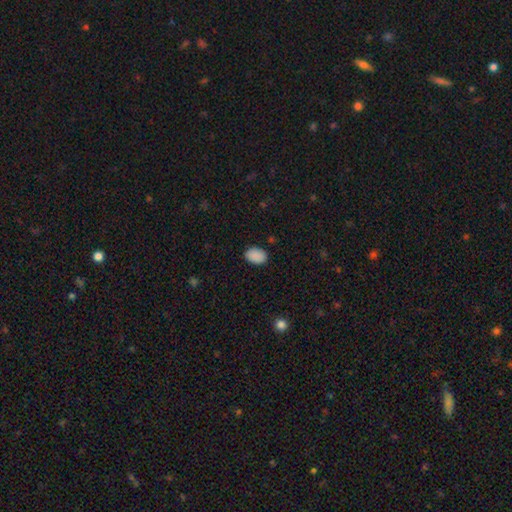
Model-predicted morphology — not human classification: Smooth or featured?
  - smooth: 89% *
  - star or artifact: 8%
  - featured or disk: 3%
How rounded?
  - in between: 83% *
  - round: 16%
  - cigar-shaped: 1%
Merging?
  - none: 86% *
  - minor disturbance: 10%
  - major disturbance: 2%
  - merger: 1%